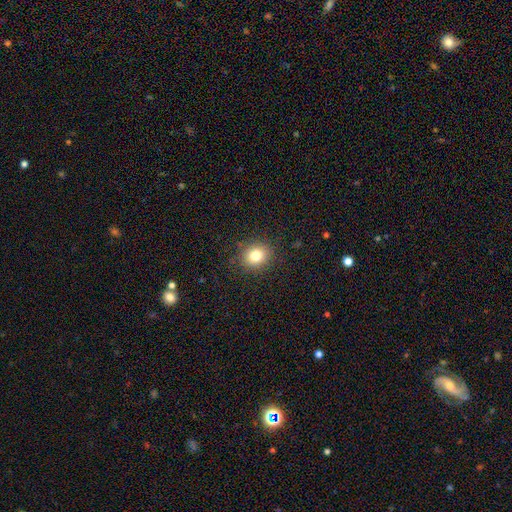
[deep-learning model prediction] Smooth or featured? smooth (80%)
How rounded? round (69%)
Merging? none (87%)